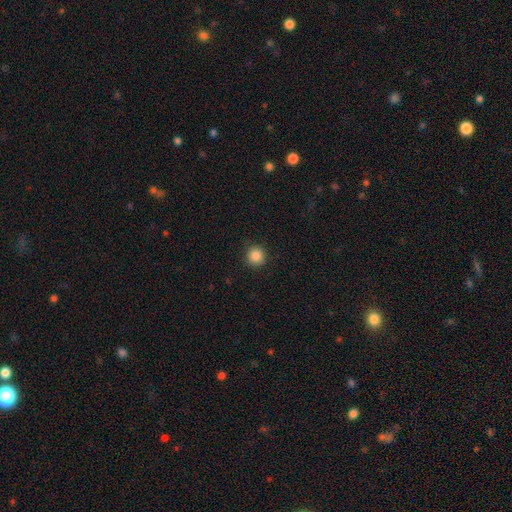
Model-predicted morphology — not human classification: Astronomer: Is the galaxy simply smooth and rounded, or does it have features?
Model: smooth — 86%.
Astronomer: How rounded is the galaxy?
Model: round — 95%.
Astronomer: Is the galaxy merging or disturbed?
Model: none — 92%.